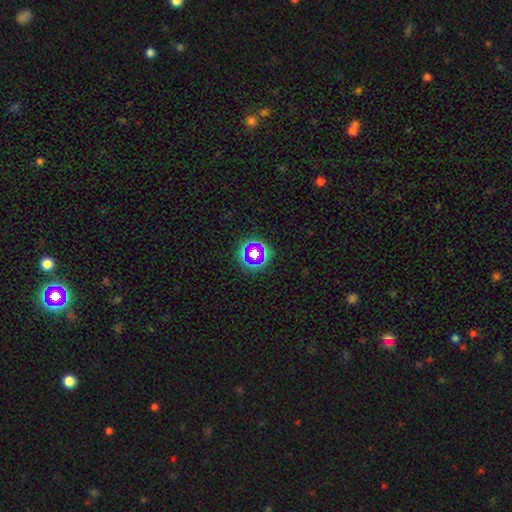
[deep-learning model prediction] This is possibly a star or artifact rather than a galaxy (48%).